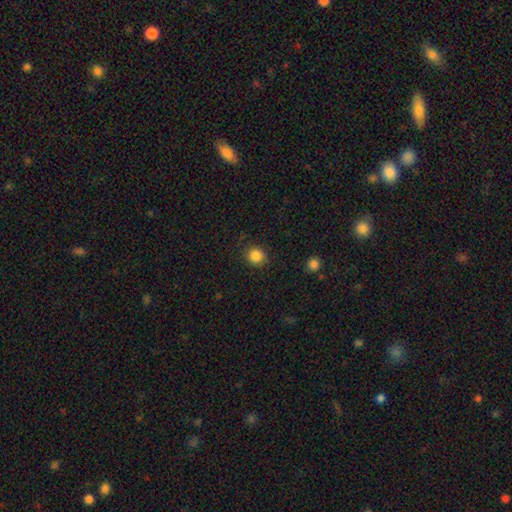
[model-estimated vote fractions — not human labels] Smooth or featured: smooth — 86% (star or artifact — 10%)
How rounded: round — 90% (in between — 9%)
Merging: none — 88% (minor disturbance — 8%)